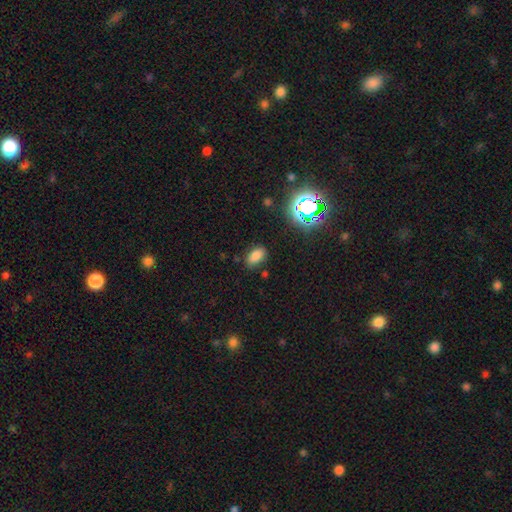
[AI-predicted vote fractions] Smooth or featured? smooth (76%)
How rounded? in between (90%)
Merging? none (81%)